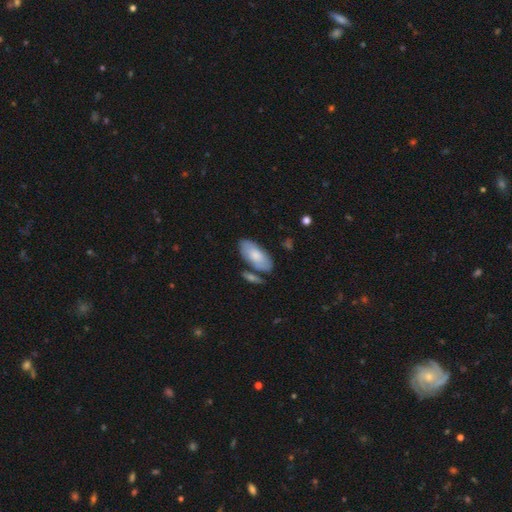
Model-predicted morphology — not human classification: This appears to be a smooth galaxy with no disk features (74%) that is in between round and cigar-shaped (91%). Merging: none (68%).